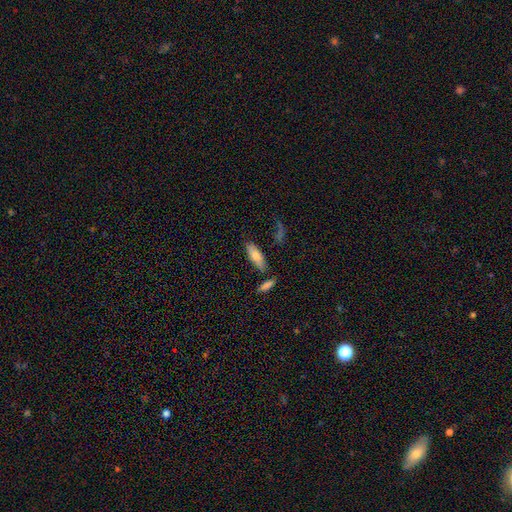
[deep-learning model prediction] A smooth galaxy with no disk features (74%) that is in between round and cigar-shaped (62%).

Vote fractions:
- Smooth or featured? smooth: 74% / featured or disk: 20% / star or artifact: 7%
- How rounded? in between: 62% / cigar-shaped: 35% / round: 2%
- Merging? none: 72% / minor disturbance: 15% / merger: 9% / major disturbance: 4%